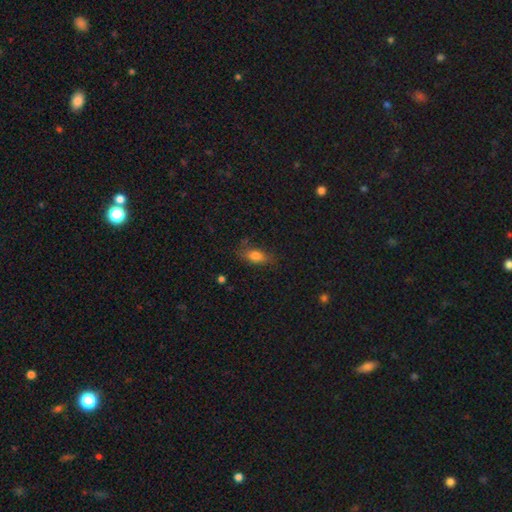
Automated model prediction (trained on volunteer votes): Smooth or featured: smooth — 78% (featured or disk — 12%)
How rounded: in between — 80% (cigar-shaped — 12%)
Merging: none — 72% (minor disturbance — 20%)